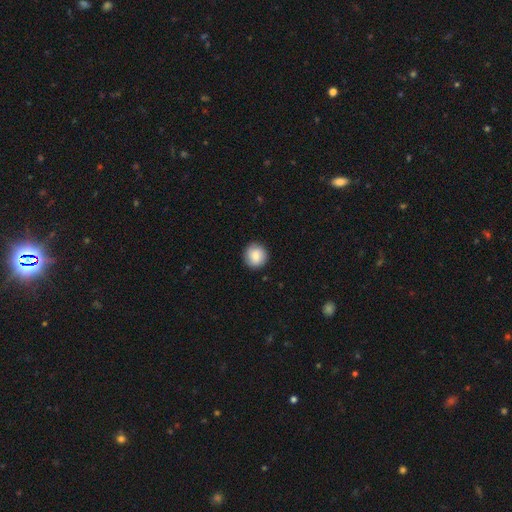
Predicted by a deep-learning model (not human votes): smooth_or_featured: smooth (p=0.81) [alt: featured or disk p=0.12]
how_rounded: round (p=0.93) [alt: in between p=0.06]
merging: none (p=0.90) [alt: minor disturbance p=0.08]